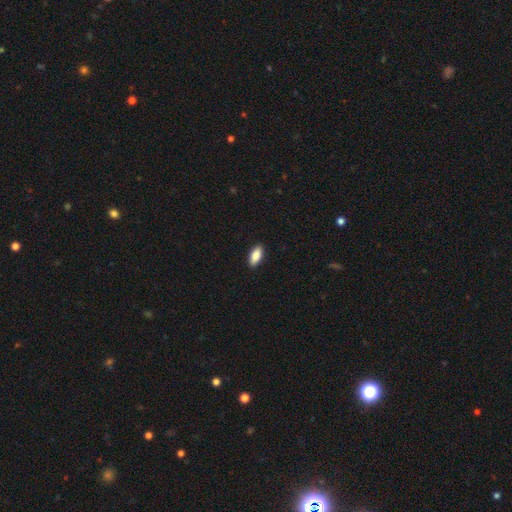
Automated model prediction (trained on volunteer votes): smooth 86%, featured or disk 8%, star or artifact 6%. Down the decision tree: how rounded — in between (87%); merging — none (91%).